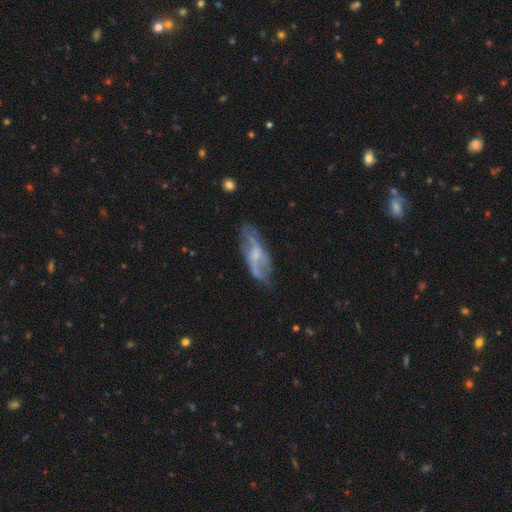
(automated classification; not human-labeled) Overall: featured or disk (63%; smooth 29%). Edge-on disk: no (83%). Bar: no (48%; weak 40%). Spiral arms: yes (71%). Bulge size: small (42%; moderate 31%). Merging: none (59%; minor disturbance 24%).